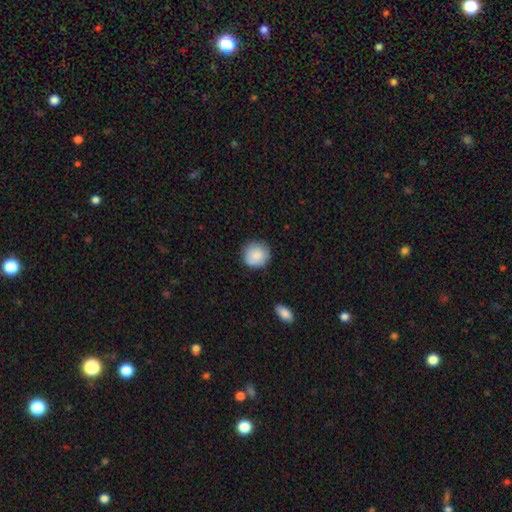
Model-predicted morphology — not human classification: Smooth or featured? Predicted: smooth (p=0.88). How rounded? Predicted: round (p=0.92). Merging? Predicted: none (p=0.85).